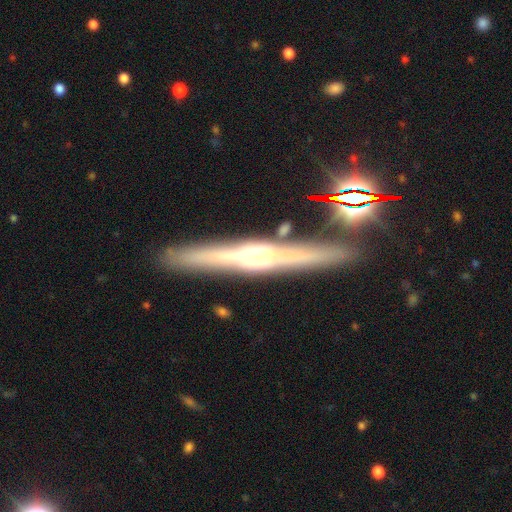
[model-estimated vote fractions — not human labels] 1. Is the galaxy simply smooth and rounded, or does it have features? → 74% featured or disk, 17% smooth, 10% star or artifact.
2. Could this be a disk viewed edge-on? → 97% yes, 3% no.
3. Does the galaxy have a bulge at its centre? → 71% rounded, 19% boxy, 10% none.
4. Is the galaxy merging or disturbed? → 89% none, 7% minor disturbance, 3% merger, 2% major disturbance.